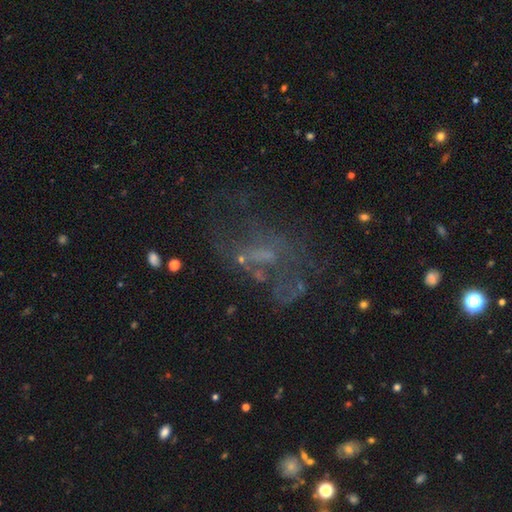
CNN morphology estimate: Smooth or featured? Predicted: featured or disk (p=0.51). Edge-on disk? Predicted: no (p=0.96). Merging? Predicted: none (p=0.40).